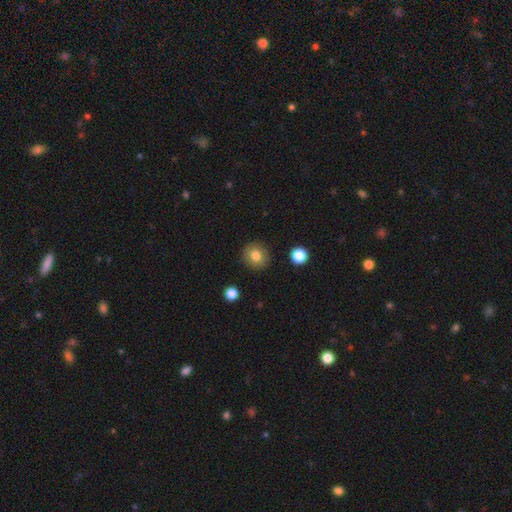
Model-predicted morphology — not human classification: A smooth galaxy with no disk features (80%) that is round (89%).

Vote fractions:
- Smooth or featured? smooth: 80% / featured or disk: 10% / star or artifact: 10%
- How rounded? round: 89% / in between: 10% / cigar-shaped: 1%
- Merging? none: 90% / minor disturbance: 7% / major disturbance: 2% / merger: 1%